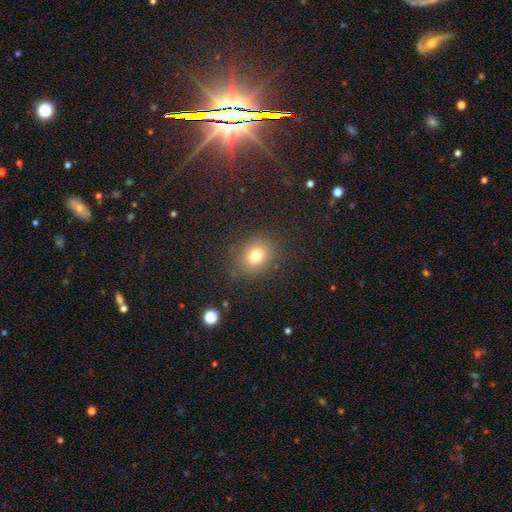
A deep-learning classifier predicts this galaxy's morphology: This is likely a smooth galaxy (76%). How rounded: possibly round (57%). Merging: clearly none (84%).